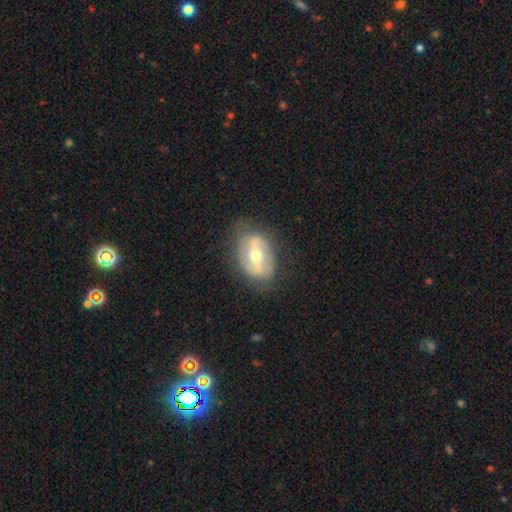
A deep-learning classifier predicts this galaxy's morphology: Smooth or featured?
  - featured or disk: 71% *
  - smooth: 23%
  - star or artifact: 6%
Edge-on disk?
  - no: 93% *
  - yes: 7%
Bar?
  - strong: 48% *
  - weak: 33%
  - no: 19%
Spiral arms?
  - yes: 61% *
  - no: 39%
Bulge size?
  - moderate: 63% *
  - small: 31%
  - large: 3%
  - none: 1%
  - dominant: 1%
Merging?
  - none: 73% *
  - minor disturbance: 18%
  - major disturbance: 7%
  - merger: 1%